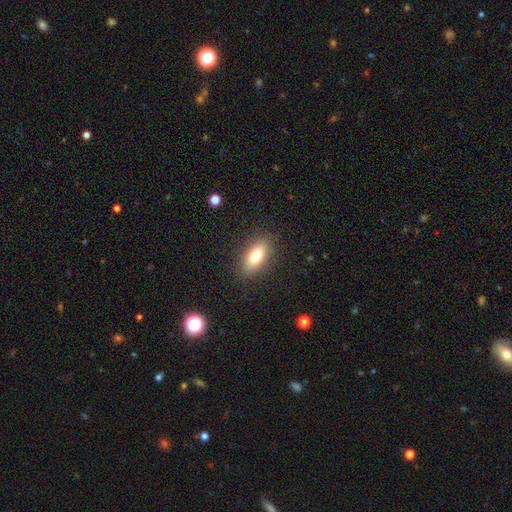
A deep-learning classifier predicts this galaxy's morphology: Smooth or featured: smooth — 77% (featured or disk — 15%)
How rounded: in between — 81% (cigar-shaped — 15%)
Merging: none — 87% (minor disturbance — 9%)